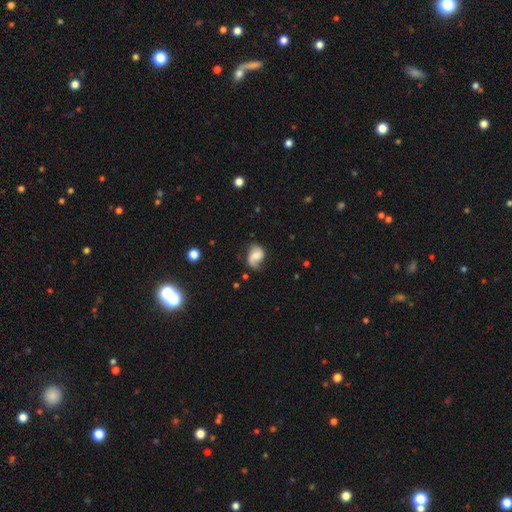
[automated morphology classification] featured or disk 55%, smooth 37%, star or artifact 8%. Down the decision tree: edge-on disk — no (97%); bar — no (53%); spiral arms — yes (90%); bulge size — moderate (43%); merging — none (60%).